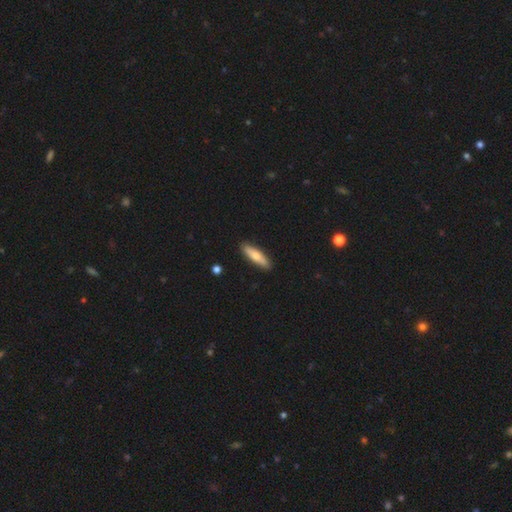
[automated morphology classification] A smooth galaxy with no disk features (66%) that is cigar-shaped (70%).

Vote fractions:
- Smooth or featured? smooth: 66% / featured or disk: 28% / star or artifact: 5%
- How rounded? cigar-shaped: 70% / in between: 28% / round: 2%
- Merging? none: 89% / minor disturbance: 8% / major disturbance: 2% / merger: 1%